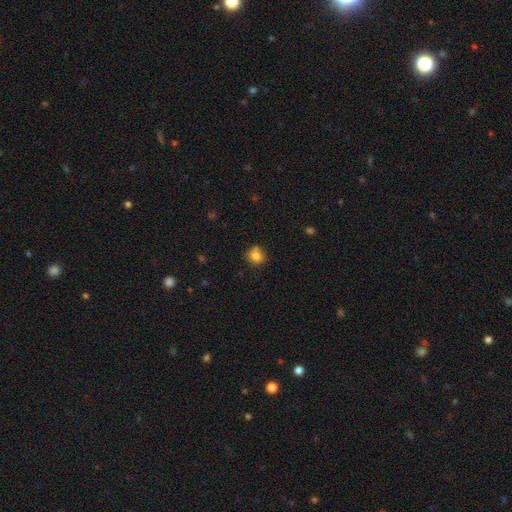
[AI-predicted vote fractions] Smooth or featured? smooth (82%)
How rounded? round (77%)
Merging? none (71%)